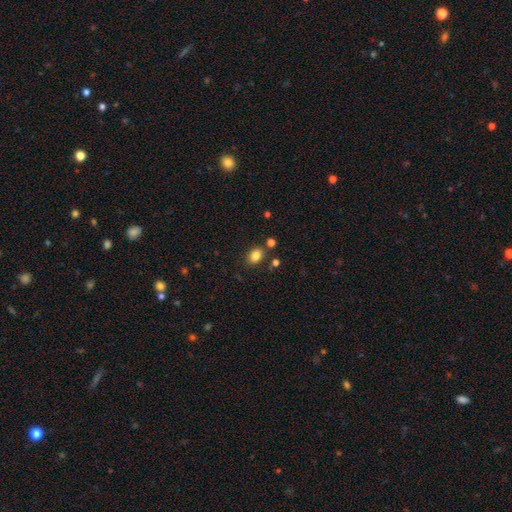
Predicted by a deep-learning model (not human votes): Smooth or featured? Predicted: smooth (p=0.84). How rounded? Predicted: in between (p=0.69). Merging? Predicted: none (p=0.81).